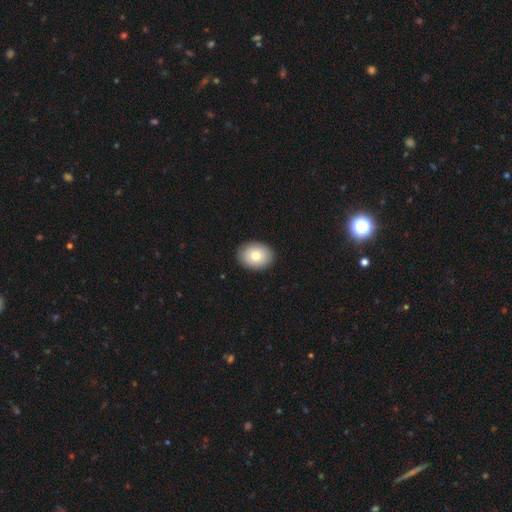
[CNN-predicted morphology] Smooth or featured? Predicted: smooth (p=0.79). How rounded? Predicted: in between (p=0.62). Merging? Predicted: none (p=0.90).